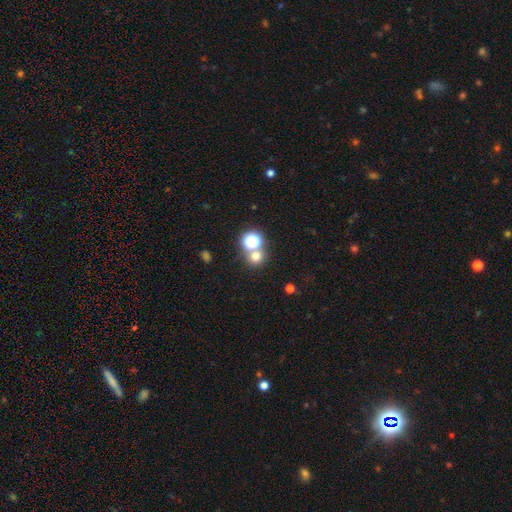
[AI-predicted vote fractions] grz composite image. It shows a smooth galaxy with no disk features (67%) that is round (88%). Merging: none (66%).